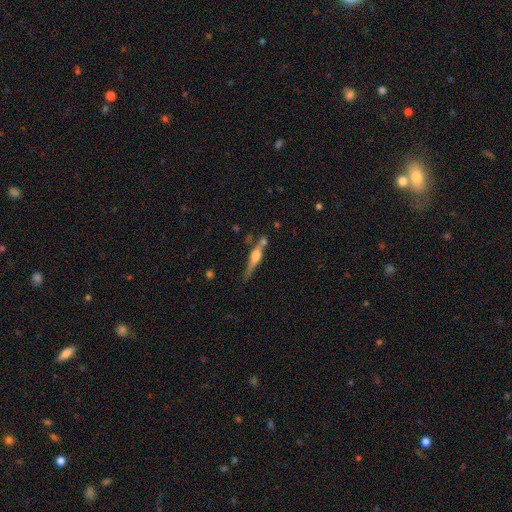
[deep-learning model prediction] A featured or disk galaxy (65%) viewed edge-on (95%) with a rounded central bulge (84%).

Vote fractions:
- Smooth or featured? featured or disk: 65% / smooth: 27% / star or artifact: 7%
- Edge-on disk? yes: 95% / no: 5%
- Edge-on bulge? rounded: 84% / boxy: 12% / none: 4%
- Merging? none: 60% / minor disturbance: 19% / merger: 14% / major disturbance: 6%